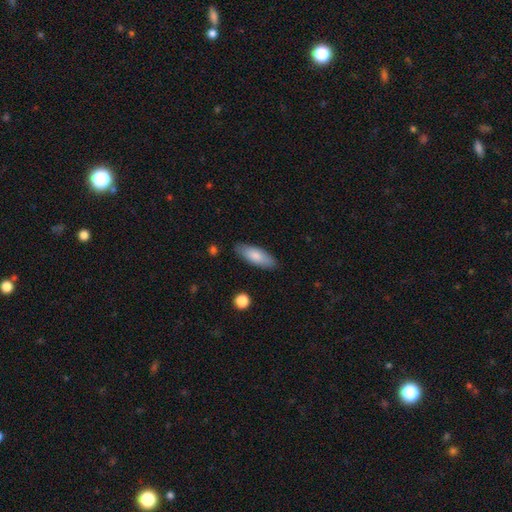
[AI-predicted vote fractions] Q: Smooth or featured?
A: smooth (79%); runner-up: featured or disk (15%)
Q: How rounded?
A: in between (68%); runner-up: cigar-shaped (31%)
Q: Merging?
A: none (85%); runner-up: minor disturbance (11%)